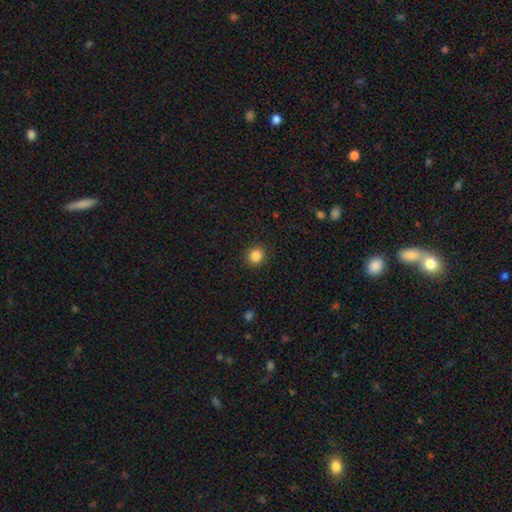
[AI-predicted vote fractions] The model was most divided on "how rounded": round: 86%, in between: 13%, cigar-shaped: 1%. More confident: merging — none (91%); smooth or featured — smooth (86%).